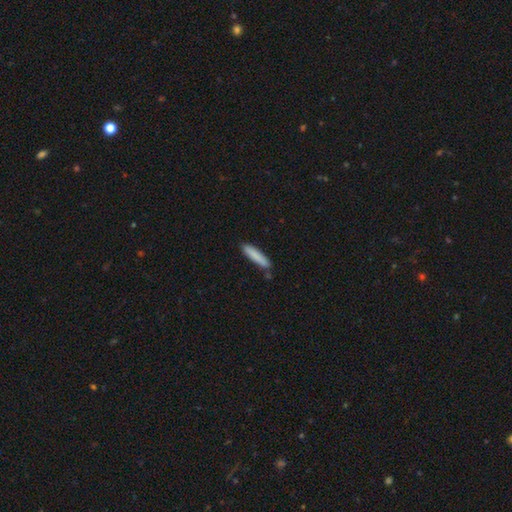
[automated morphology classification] Overall: smooth (85%). How rounded: cigar-shaped (86%). Merging: none (82%).